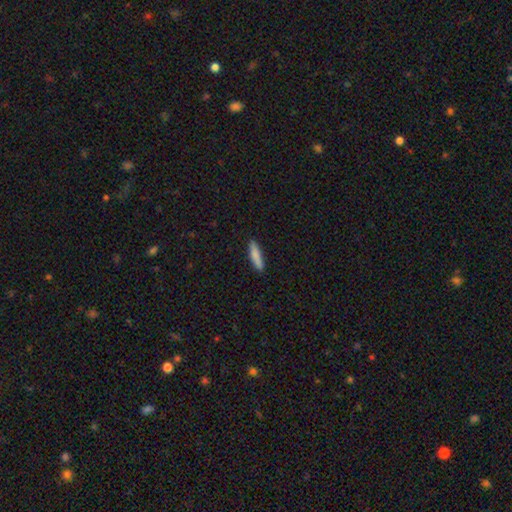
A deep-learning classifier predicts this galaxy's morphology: This appears to be a smooth galaxy with no disk features (84%) that is cigar-shaped (77%). Merging: none (88%).